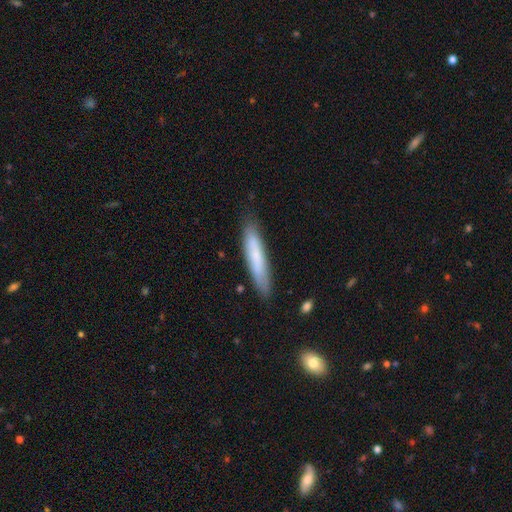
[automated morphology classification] This is likely a smooth galaxy (72%). How rounded: clearly cigar-shaped (89%). Merging: clearly none (83%).